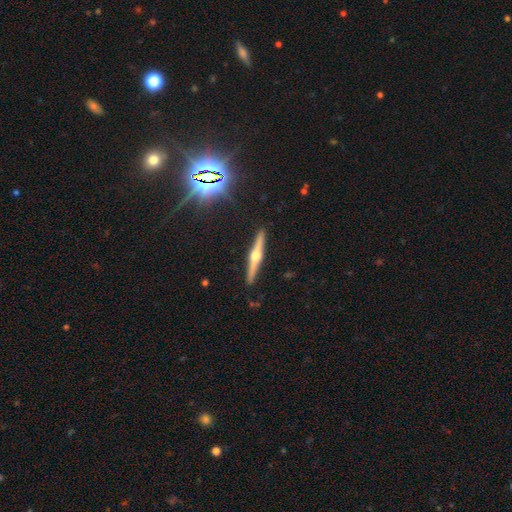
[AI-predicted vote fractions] This appears to be a featured or disk galaxy (78%) viewed edge-on (98%) with a rounded central bulge (95%). Merging: none (92%).